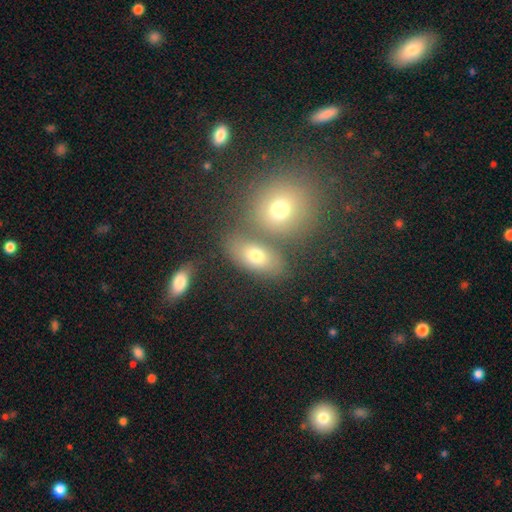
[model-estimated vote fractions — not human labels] Smooth or featured? smooth (70%)
How rounded? in between (78%)
Merging? none (59%)